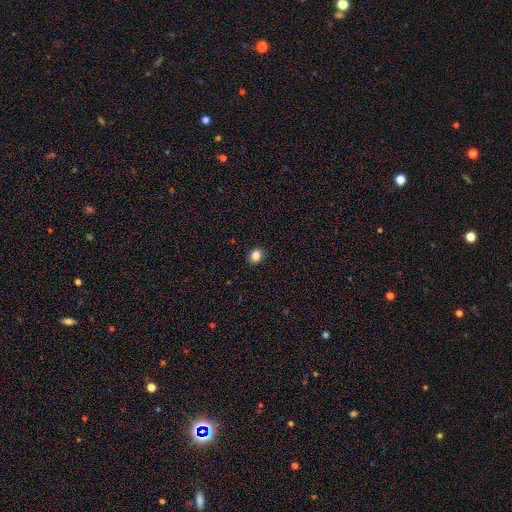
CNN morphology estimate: Q: Smooth or featured?
A: smooth (85%); runner-up: star or artifact (10%)
Q: How rounded?
A: round (53%); runner-up: in between (46%)
Q: Merging?
A: none (90%); runner-up: minor disturbance (8%)